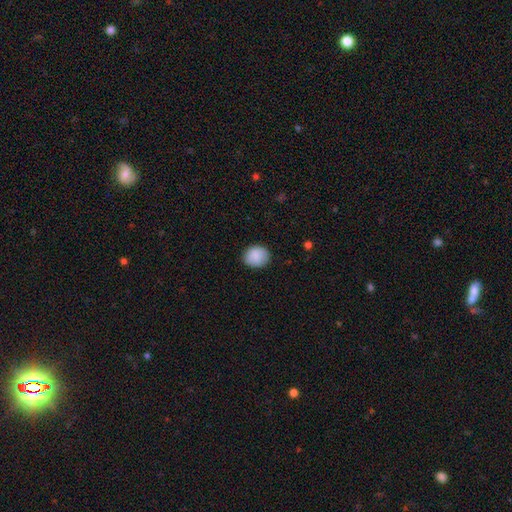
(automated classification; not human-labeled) Overall: smooth (88%). How rounded: round (74%). Merging: none (86%).